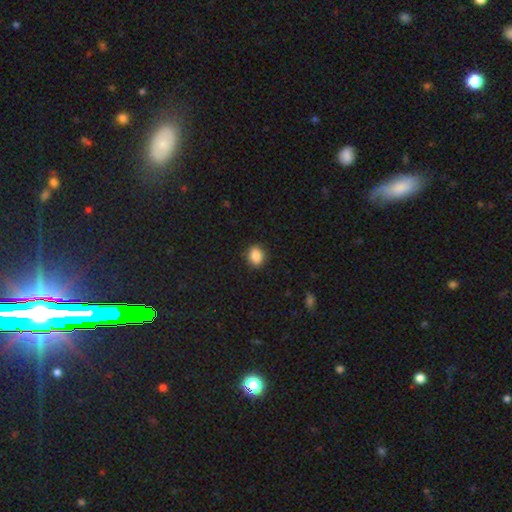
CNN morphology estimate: smooth_or_featured: smooth (p=0.87) [alt: star or artifact p=0.09]
how_rounded: round (p=0.51) [alt: in between p=0.48]
merging: none (p=0.88) [alt: minor disturbance p=0.08]